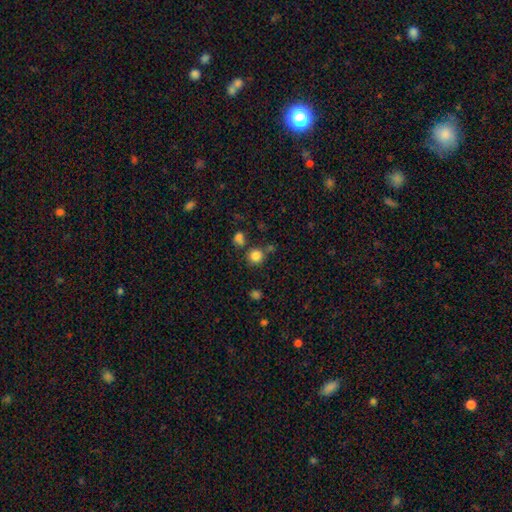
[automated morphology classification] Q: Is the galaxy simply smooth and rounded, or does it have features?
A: smooth — 83%.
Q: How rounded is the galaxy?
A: round — 91%.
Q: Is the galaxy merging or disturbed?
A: none — 75%.